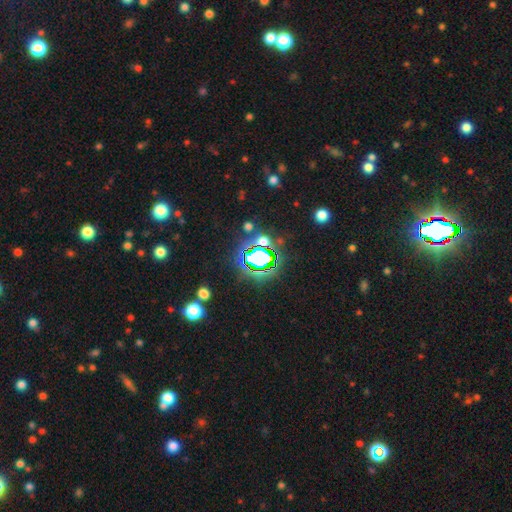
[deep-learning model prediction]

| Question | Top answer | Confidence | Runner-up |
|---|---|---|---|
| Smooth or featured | star or artifact | 71% | smooth (18%) |